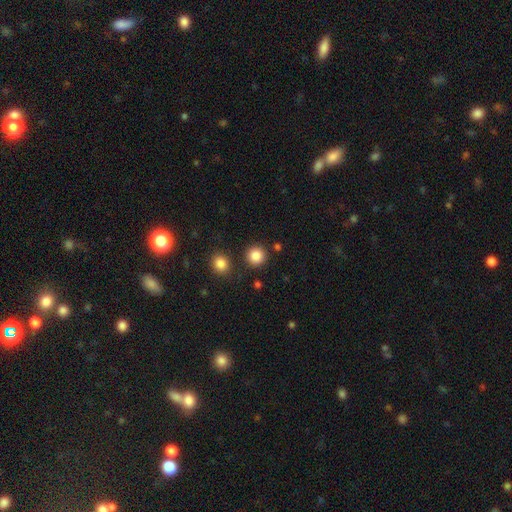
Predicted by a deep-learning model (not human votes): This appears to be a smooth galaxy with no disk features (86%) that is round (93%). Merging: none (88%).